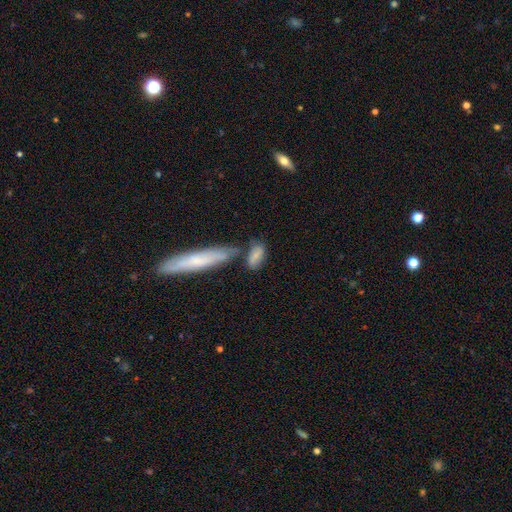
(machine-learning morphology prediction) A smooth galaxy with no disk features (70%) that is in between round and cigar-shaped (77%).

Vote fractions:
- Smooth or featured? smooth: 70% / featured or disk: 23% / star or artifact: 8%
- How rounded? in between: 77% / cigar-shaped: 18% / round: 5%
- Merging? none: 45% / merger: 29% / minor disturbance: 17% / major disturbance: 8%